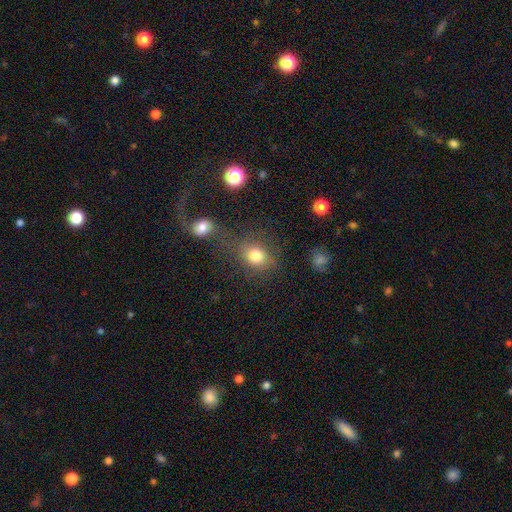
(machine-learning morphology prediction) Smooth or featured? Predicted: smooth (p=0.77). How rounded? Predicted: round (p=0.57). Merging? Predicted: none (p=0.61).